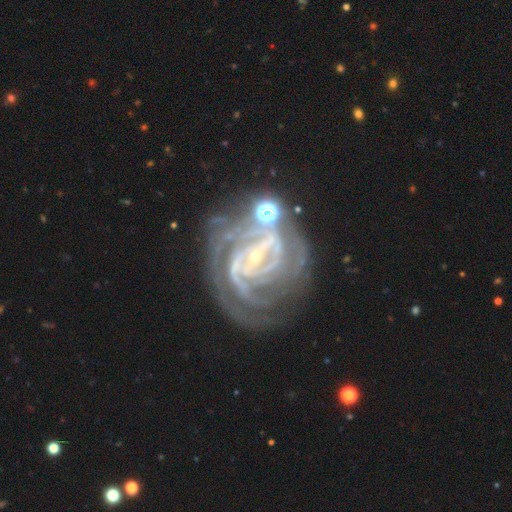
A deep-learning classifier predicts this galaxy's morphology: Smooth or featured: featured or disk — 89% (star or artifact — 7%)
Edge-on disk: no — 97% (yes — 3%)
Bar: strong — 48% (weak — 33%)
Spiral arms: yes — 97% (no — 3%)
Spiral winding: tight — 67% (medium — 28%)
Spiral arm count: 3 — 25% (2 — 21%)
Bulge size: small — 84% (moderate — 10%)
Merging: none — 57% (minor disturbance — 19%)